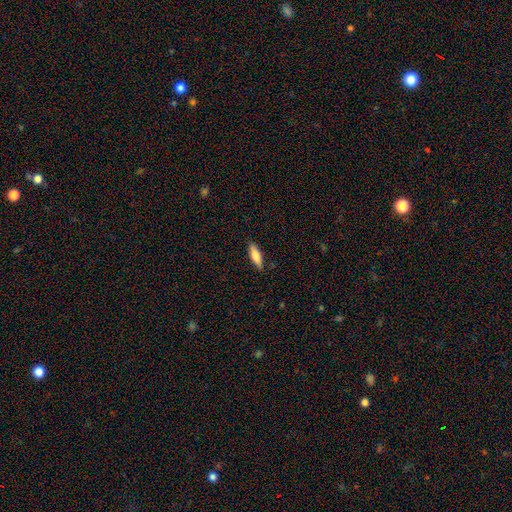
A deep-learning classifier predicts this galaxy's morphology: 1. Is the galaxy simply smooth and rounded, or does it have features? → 64% smooth, 30% featured or disk, 6% star or artifact.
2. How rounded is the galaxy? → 58% cigar-shaped, 40% in between, 2% round.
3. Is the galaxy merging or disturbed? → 88% none, 9% minor disturbance, 2% major disturbance, 1% merger.